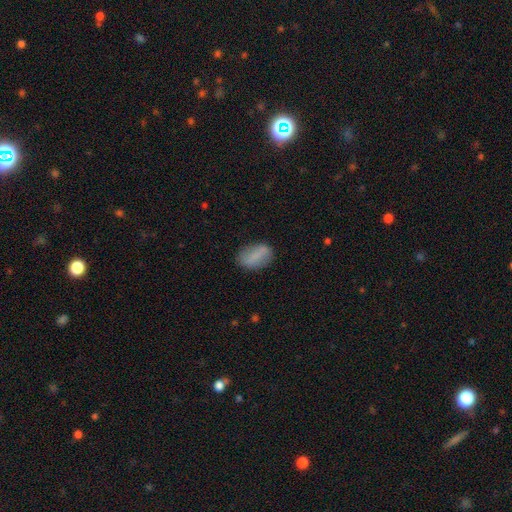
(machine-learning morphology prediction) Smooth or featured?
  - smooth: 69% *
  - featured or disk: 23%
  - star or artifact: 8%
How rounded?
  - in between: 85% *
  - round: 11%
  - cigar-shaped: 4%
Merging?
  - none: 79% *
  - minor disturbance: 15%
  - major disturbance: 5%
  - merger: 2%